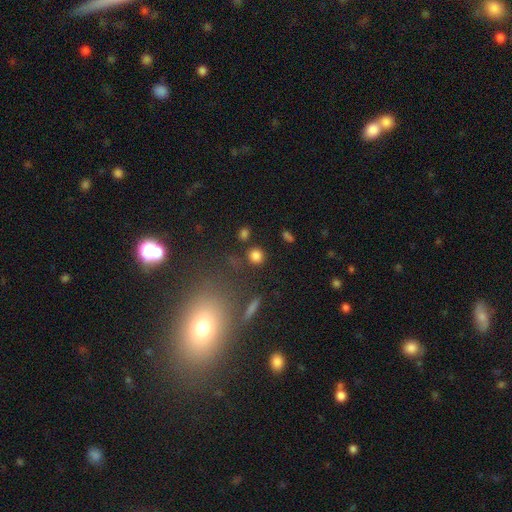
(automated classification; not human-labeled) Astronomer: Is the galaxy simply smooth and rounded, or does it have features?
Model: smooth — 82%.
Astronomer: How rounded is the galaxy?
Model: round — 89%.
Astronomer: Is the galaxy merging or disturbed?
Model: none — 83%.